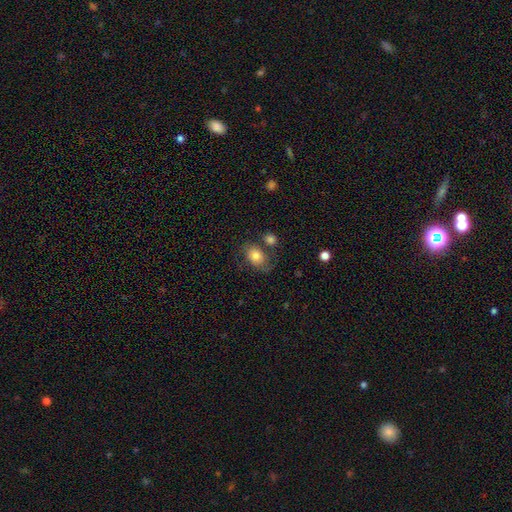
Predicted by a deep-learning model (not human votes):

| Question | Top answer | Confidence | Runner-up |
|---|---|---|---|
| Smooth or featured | smooth | 72% | featured or disk (19%) |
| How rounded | in between | 67% | round (32%) |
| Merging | none | 54% | minor disturbance (21%) |